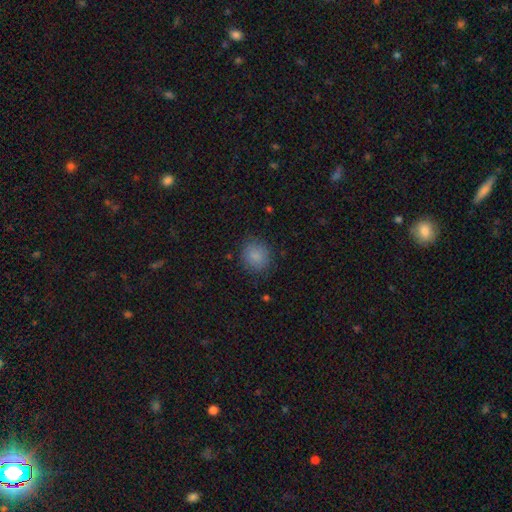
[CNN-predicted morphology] Smooth or featured?
  - smooth: 86% *
  - star or artifact: 10%
  - featured or disk: 5%
How rounded?
  - round: 85% *
  - in between: 14%
  - cigar-shaped: 1%
Merging?
  - none: 84% *
  - minor disturbance: 11%
  - major disturbance: 4%
  - merger: 1%